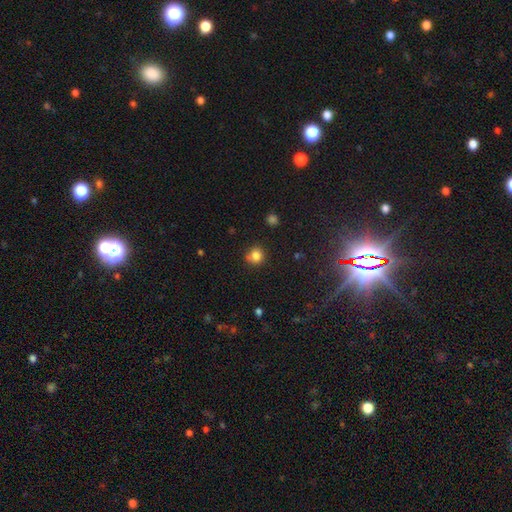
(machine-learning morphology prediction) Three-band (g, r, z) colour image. It shows a smooth galaxy with no disk features (82%) that is round (87%). Merging: none (75%).